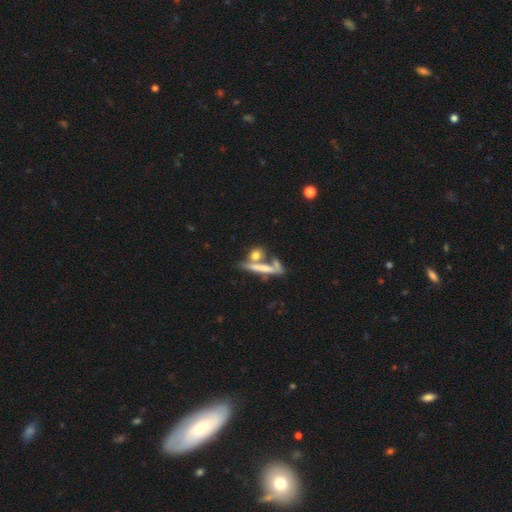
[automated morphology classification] Smooth or featured: smooth — 64% (featured or disk — 25%)
How rounded: cigar-shaped — 46% (in between — 28%)
Merging: none — 45% (merger — 36%)